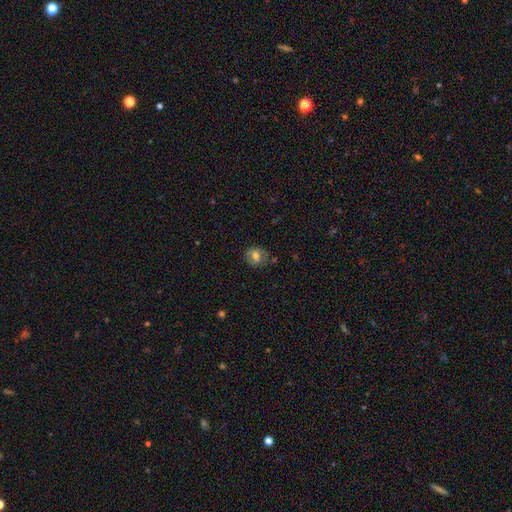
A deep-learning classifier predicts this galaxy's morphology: Smooth or featured? smooth (62%)
How rounded? round (64%)
Merging? none (75%)